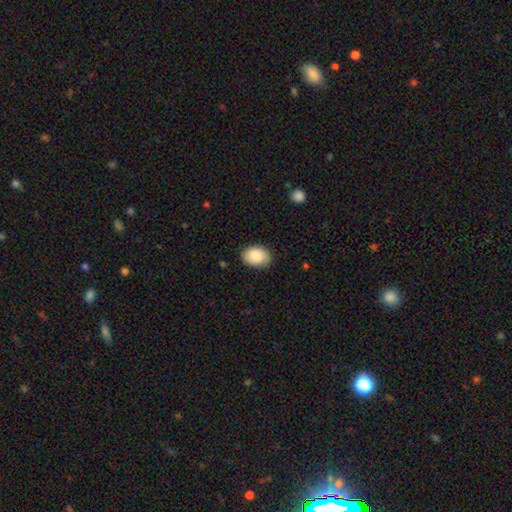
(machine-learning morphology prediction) Q: Smooth or featured?
A: smooth (89%); runner-up: star or artifact (6%)
Q: How rounded?
A: in between (81%); runner-up: round (18%)
Q: Merging?
A: none (84%); runner-up: minor disturbance (12%)